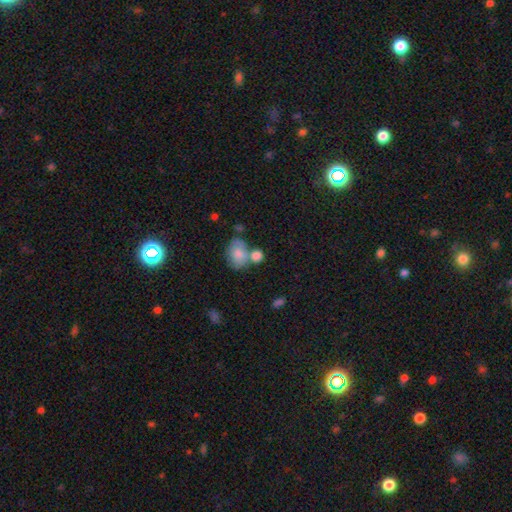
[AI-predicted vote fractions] smooth_or_featured: smooth (p=0.81) [alt: featured or disk p=0.11]
how_rounded: round (p=0.52) [alt: in between p=0.46]
merging: merger (p=0.44) [alt: none p=0.38]